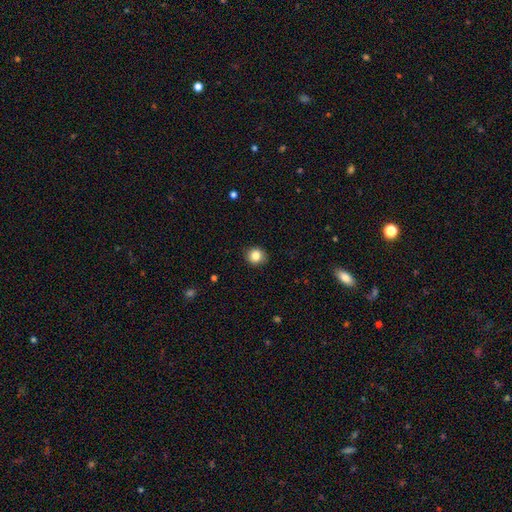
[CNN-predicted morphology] Smooth or featured?
  - smooth: 84% *
  - star or artifact: 10%
  - featured or disk: 6%
How rounded?
  - round: 86% *
  - in between: 14%
  - cigar-shaped: 1%
Merging?
  - none: 90% *
  - minor disturbance: 8%
  - major disturbance: 2%
  - merger: 1%